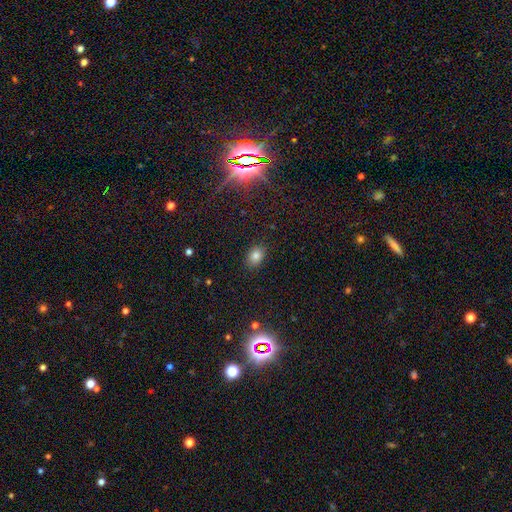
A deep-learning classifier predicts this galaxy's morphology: A smooth galaxy with no disk features (80%) that is in between round and cigar-shaped (70%). Merging: none (86%).